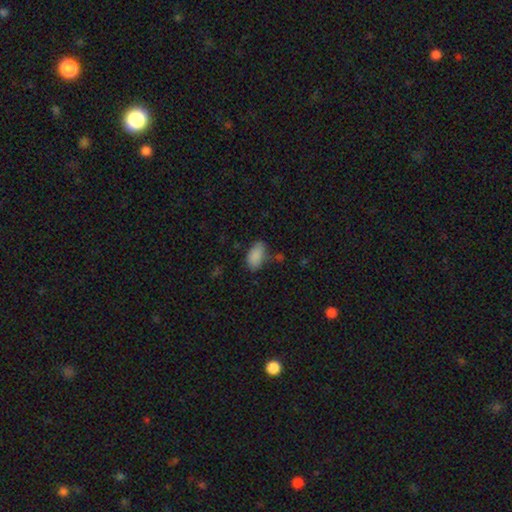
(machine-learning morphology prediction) Smooth or featured: smooth — 88% (star or artifact — 8%)
How rounded: in between — 93% (round — 4%)
Merging: none — 70% (minor disturbance — 21%)